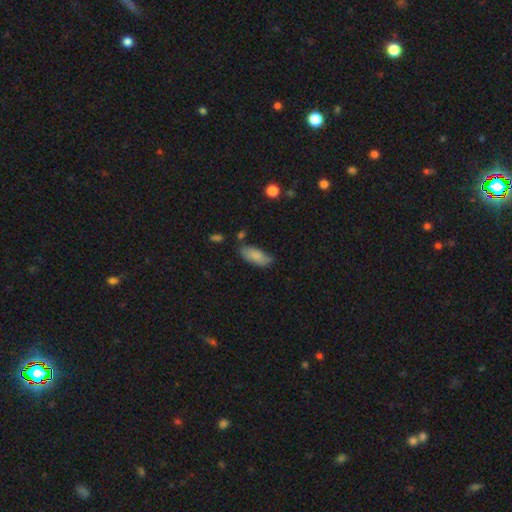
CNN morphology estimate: A smooth galaxy with no disk features (82%) that is in between round and cigar-shaped (84%).

Vote fractions:
- Smooth or featured? smooth: 82% / featured or disk: 12% / star or artifact: 7%
- How rounded? in between: 84% / cigar-shaped: 14% / round: 2%
- Merging? none: 61% / minor disturbance: 28% / major disturbance: 6% / merger: 5%